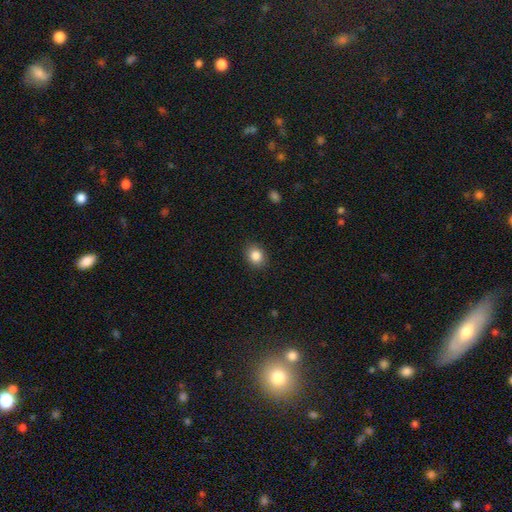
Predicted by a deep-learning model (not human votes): This is clearly a smooth galaxy (85%). How rounded: possibly round (57%). Merging: clearly none (88%).